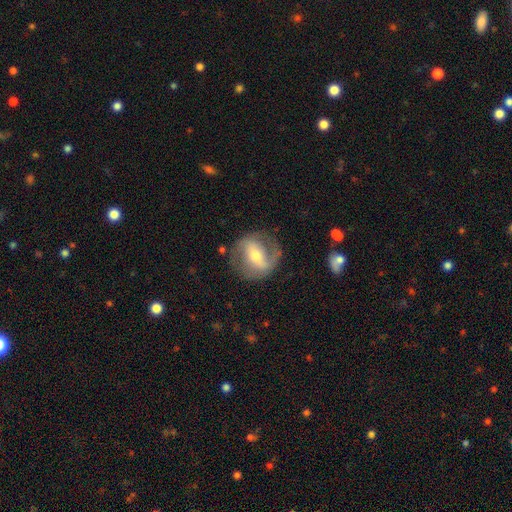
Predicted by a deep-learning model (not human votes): Morphology: type=featured or disk (75%); edge-on=no (95%); bar=strong (44%); spiral arms=yes (84%); winding=medium (44%); arm count=2 (75%); bulge=moderate (59%); merging=none (74%).